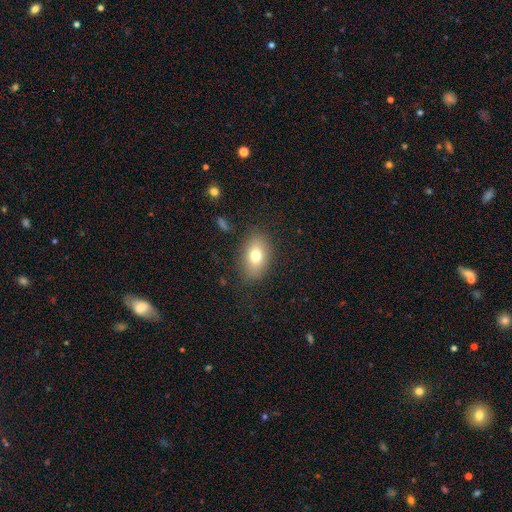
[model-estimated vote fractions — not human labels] Morphology: type=smooth (75%); roundness=in between (84%); merging=none (83%).